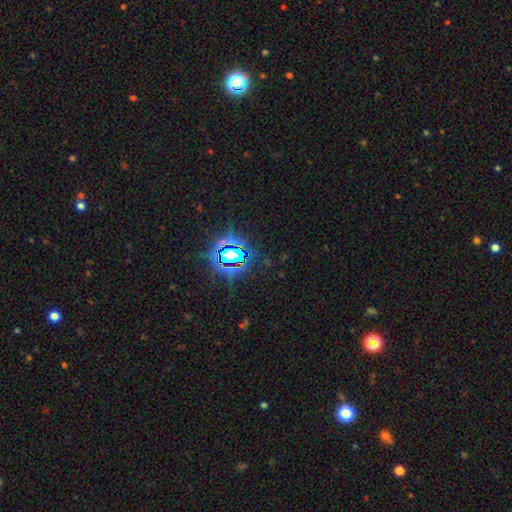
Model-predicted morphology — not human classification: Smooth or featured: star or artifact — 81% (smooth — 12%)